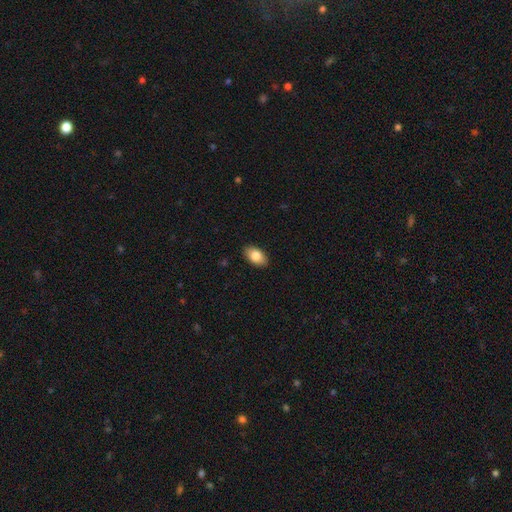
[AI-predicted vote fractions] Morphology: type=smooth (84%); roundness=in between (93%); merging=none (88%).